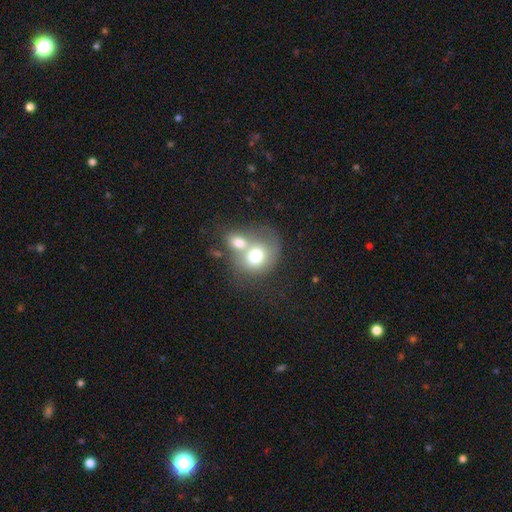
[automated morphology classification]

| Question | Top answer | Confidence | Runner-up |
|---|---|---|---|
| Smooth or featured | smooth | 70% | featured or disk (22%) |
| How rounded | round | 58% | in between (41%) |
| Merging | merger | 64% | none (22%) |